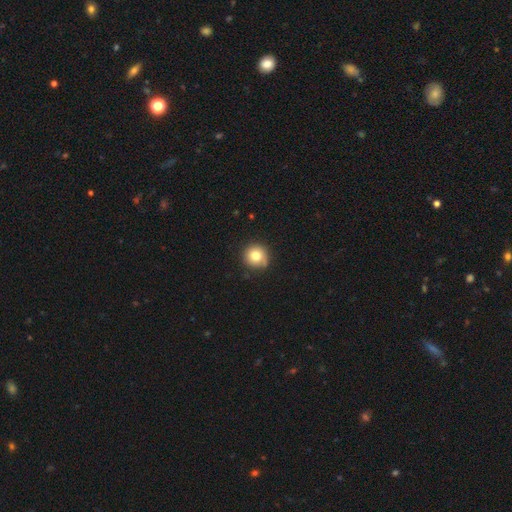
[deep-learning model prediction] smooth 79%, featured or disk 10%, star or artifact 10%. Down the decision tree: how rounded — round (93%); merging — none (80%).